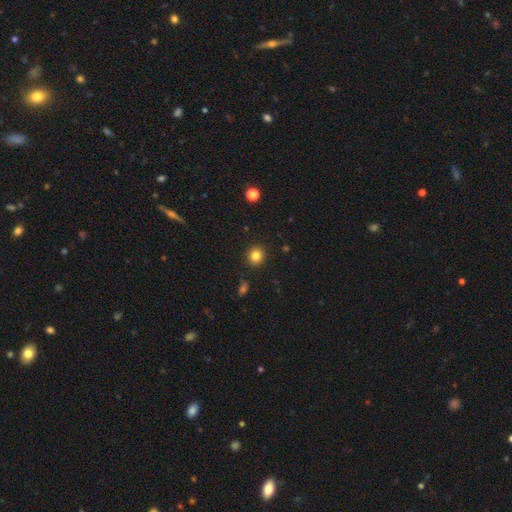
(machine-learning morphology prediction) Q: Smooth or featured?
A: smooth (83%); runner-up: star or artifact (12%)
Q: How rounded?
A: round (88%); runner-up: in between (11%)
Q: Merging?
A: none (90%); runner-up: minor disturbance (6%)